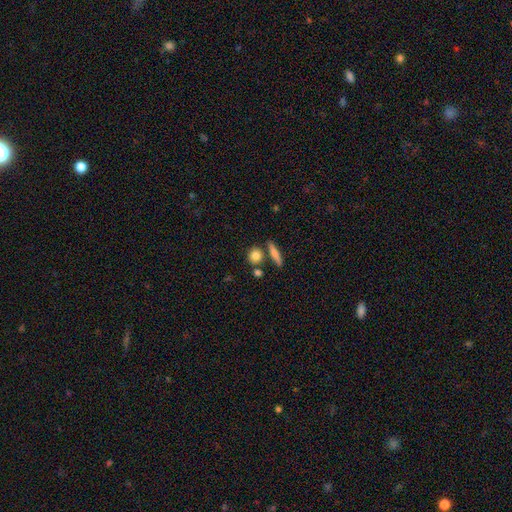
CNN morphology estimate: Q: Smooth or featured?
A: smooth (82%); runner-up: featured or disk (10%)
Q: How rounded?
A: round (74%); runner-up: in between (19%)
Q: Merging?
A: none (72%); runner-up: merger (15%)